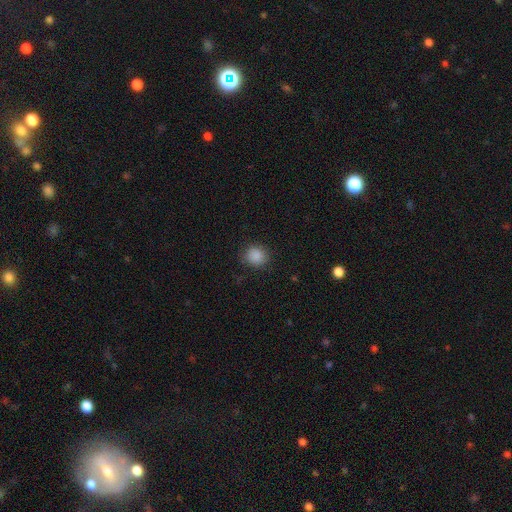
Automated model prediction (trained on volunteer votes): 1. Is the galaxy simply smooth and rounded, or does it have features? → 88% smooth, 9% star or artifact, 3% featured or disk.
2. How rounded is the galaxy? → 83% round, 16% in between, 1% cigar-shaped.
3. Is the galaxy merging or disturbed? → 85% none, 10% minor disturbance, 3% major disturbance, 1% merger.